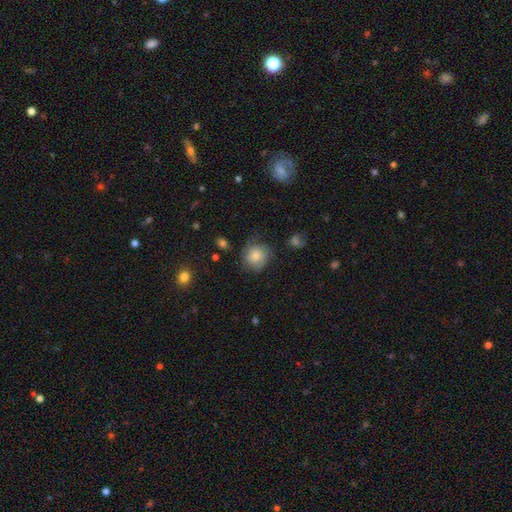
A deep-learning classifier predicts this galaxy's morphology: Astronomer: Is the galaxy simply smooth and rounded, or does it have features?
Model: smooth — 73%.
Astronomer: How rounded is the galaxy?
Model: round — 82%.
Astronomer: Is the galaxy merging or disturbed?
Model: none — 61%.